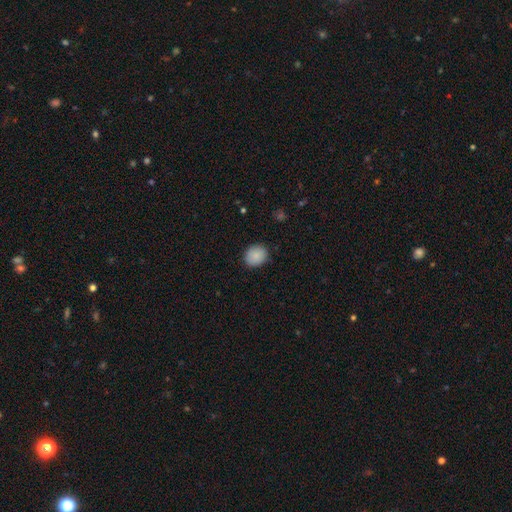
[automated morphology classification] type=smooth (89%); roundness=round (68%); merging=none (88%).